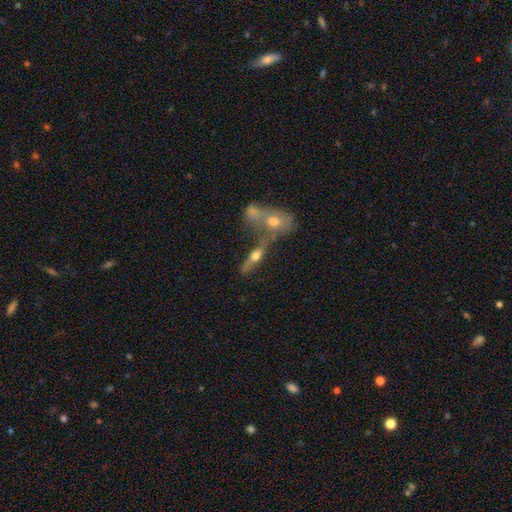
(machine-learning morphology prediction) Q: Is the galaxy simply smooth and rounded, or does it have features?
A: featured or disk — 47%.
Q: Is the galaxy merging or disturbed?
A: merger — 46%.